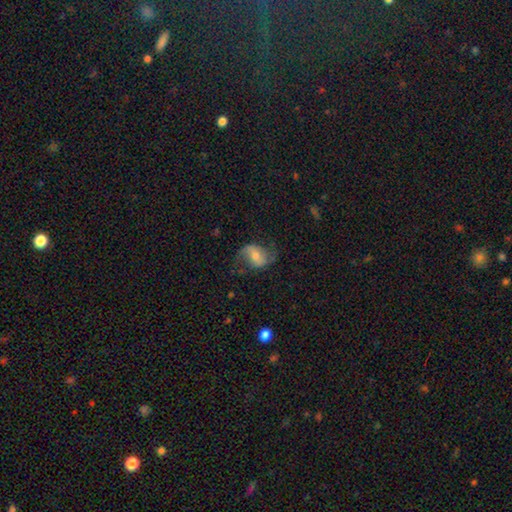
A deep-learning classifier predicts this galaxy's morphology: type=featured or disk (62%); edge-on=no (96%); bar=weak (39%); spiral arms=yes (86%); winding=loose (62%); arm count=2 (89%); bulge=moderate (51%); merging=none (66%).